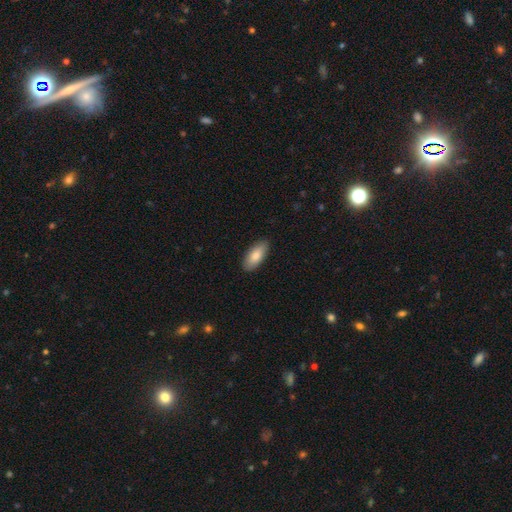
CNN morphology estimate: A smooth galaxy with no disk features (83%) that is in between round and cigar-shaped (88%).

Vote fractions:
- Smooth or featured? smooth: 83% / featured or disk: 12% / star or artifact: 6%
- How rounded? in between: 88% / cigar-shaped: 10% / round: 2%
- Merging? none: 88% / minor disturbance: 9% / major disturbance: 2% / merger: 1%